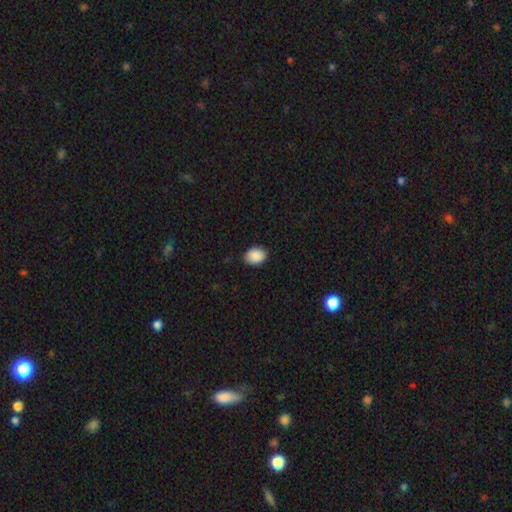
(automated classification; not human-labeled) Smooth or featured: smooth — 90% (star or artifact — 7%)
How rounded: in between — 65% (round — 34%)
Merging: none — 88% (minor disturbance — 10%)